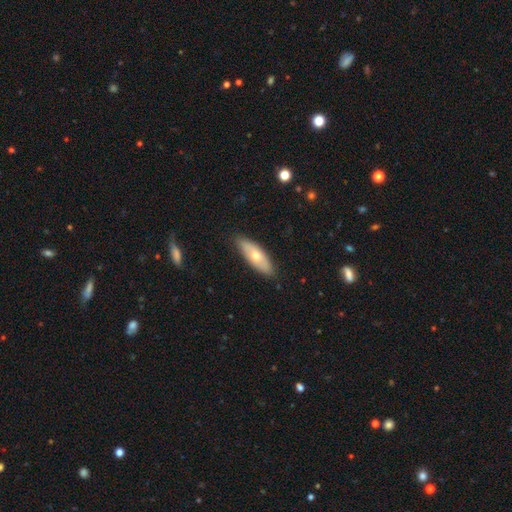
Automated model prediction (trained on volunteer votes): smooth 58%, featured or disk 36%, star or artifact 6%. Down the decision tree: how rounded — in between (63%); merging — none (86%).